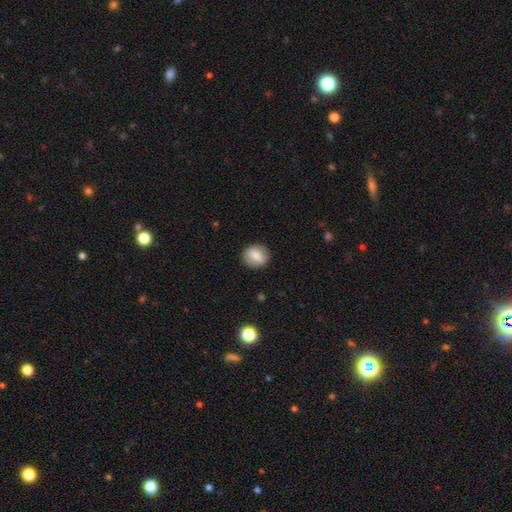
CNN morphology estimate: smooth 73%, featured or disk 19%, star or artifact 8%. Down the decision tree: how rounded — round (67%); merging — none (86%).